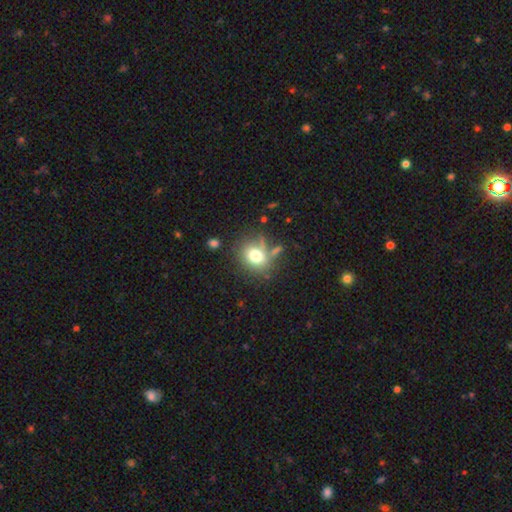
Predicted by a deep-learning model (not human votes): Smooth or featured? smooth (75%)
How rounded? round (68%)
Merging? none (66%)